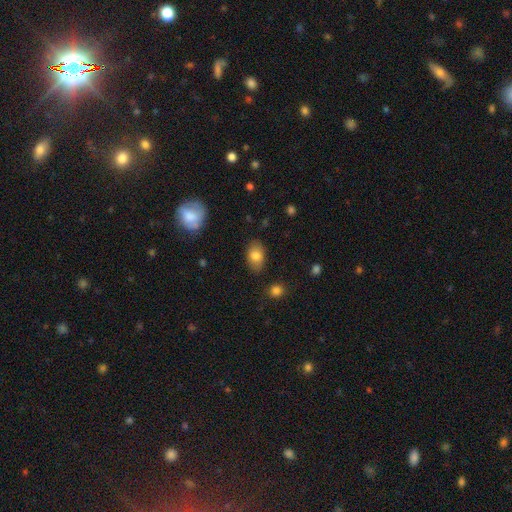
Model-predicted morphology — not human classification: smooth 80%, featured or disk 12%, star or artifact 8%. Down the decision tree: how rounded — in between (88%); merging — none (83%).